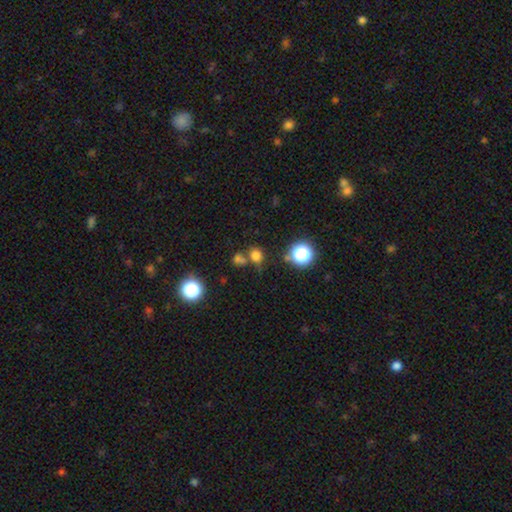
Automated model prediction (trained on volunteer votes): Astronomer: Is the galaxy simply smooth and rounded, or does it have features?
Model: smooth — 71%.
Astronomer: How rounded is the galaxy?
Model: round — 80%.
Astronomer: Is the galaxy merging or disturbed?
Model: none — 59%.